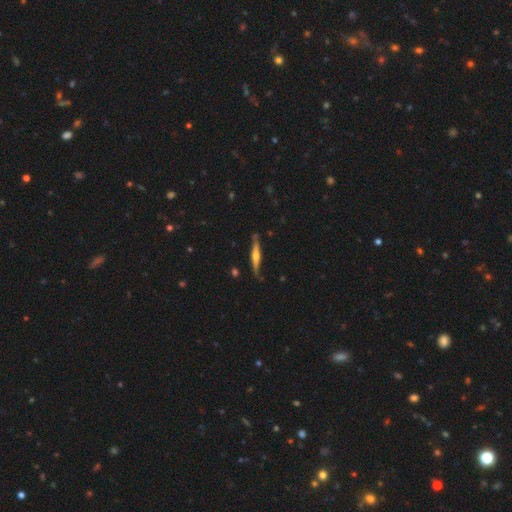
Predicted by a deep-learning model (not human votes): This is likely a featured or disk galaxy (70%). It is clearly viewed edge-on (96%). Edge-on bulge: clearly rounded (82%). Merging: clearly none (83%).